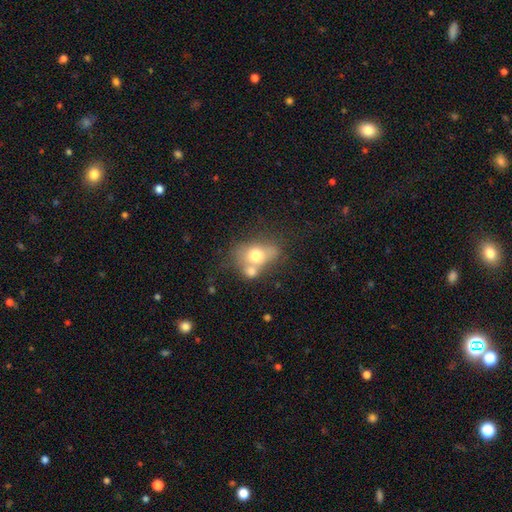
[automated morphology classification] smooth-or-featured: smooth: 66% | featured or disk: 24% | star or artifact: 9%
  how-rounded: in between: 59% | round: 39% | cigar-shaped: 2%
  merging: merger: 51% | none: 28% | minor disturbance: 13% | major disturbance: 8%